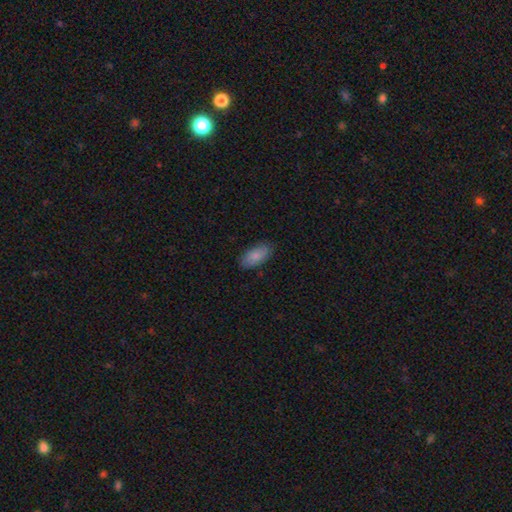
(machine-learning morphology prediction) smooth_or_featured: smooth (p=0.84) [alt: featured or disk p=0.10]
how_rounded: in between (p=0.92) [alt: cigar-shaped p=0.06]
merging: none (p=0.83) [alt: minor disturbance p=0.14]